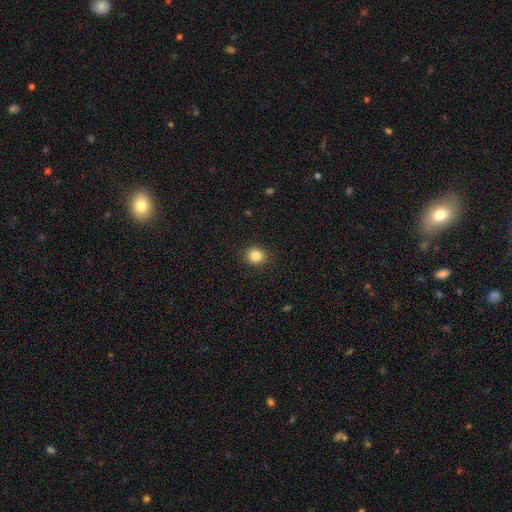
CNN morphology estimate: A smooth galaxy with no disk features (85%) that is round (79%).

Vote fractions:
- Smooth or featured? smooth: 85% / star or artifact: 11% / featured or disk: 5%
- How rounded? round: 79% / in between: 20% / cigar-shaped: 1%
- Merging? none: 90% / minor disturbance: 7% / major disturbance: 2% / merger: 1%